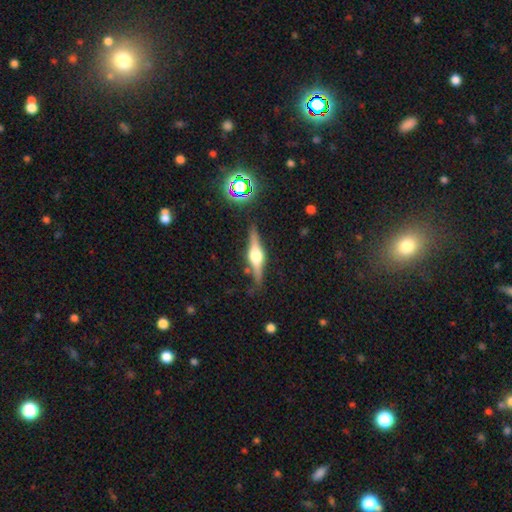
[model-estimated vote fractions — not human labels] Smooth or featured? Predicted: featured or disk (p=0.77). Edge-on disk? Predicted: yes (p=0.97). Edge-on bulge? Predicted: rounded (p=0.91). Merging? Predicted: none (p=0.84).